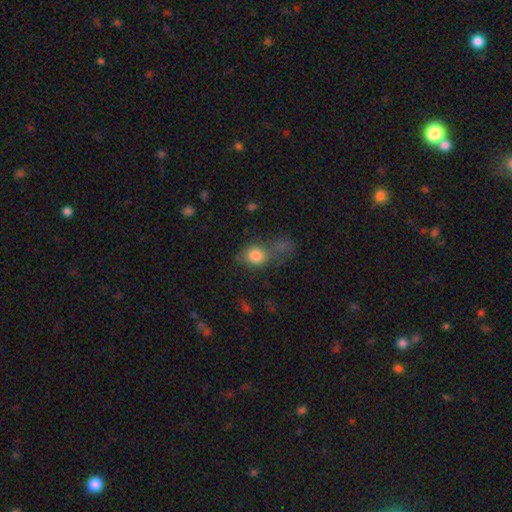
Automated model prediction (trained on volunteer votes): Smooth or featured: smooth — 81% (featured or disk — 10%)
How rounded: round — 49% (tied with in between — 49%)
Merging: none — 36% (merger — 29%)